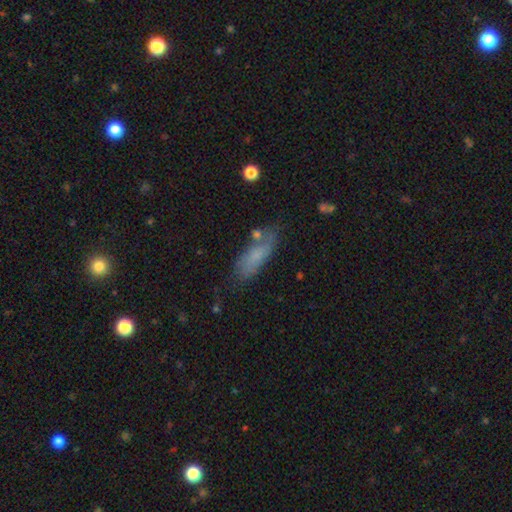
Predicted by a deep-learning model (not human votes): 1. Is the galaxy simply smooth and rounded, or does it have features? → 69% smooth, 22% featured or disk, 9% star or artifact.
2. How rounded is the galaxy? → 57% in between, 40% cigar-shaped, 3% round.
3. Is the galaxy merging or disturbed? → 63% none, 22% minor disturbance, 8% major disturbance, 7% merger.